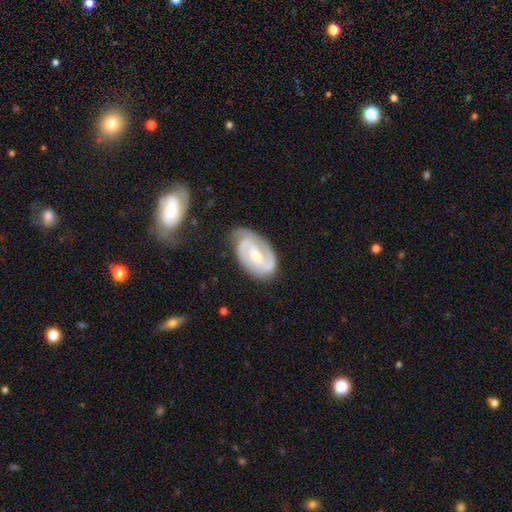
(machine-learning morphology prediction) type=featured or disk (85%); edge-on=no (97%); bar=weak (46%); spiral arms=yes (96%); winding=tight (48%); arm count=2 (82%); bulge=moderate (49%); merging=none (70%).